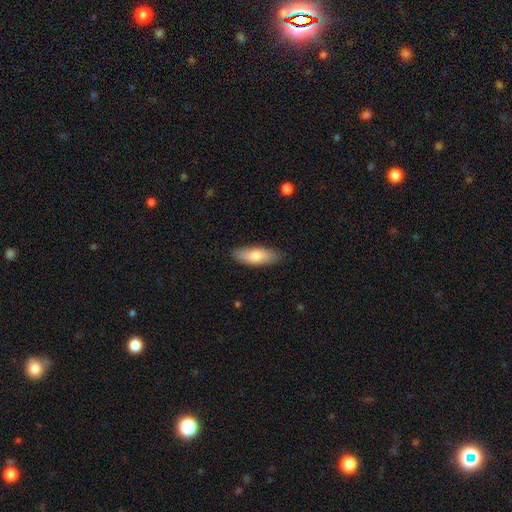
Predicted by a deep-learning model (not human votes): A smooth galaxy with no disk features (75%) that is in between round and cigar-shaped (68%). Merging: none (86%).